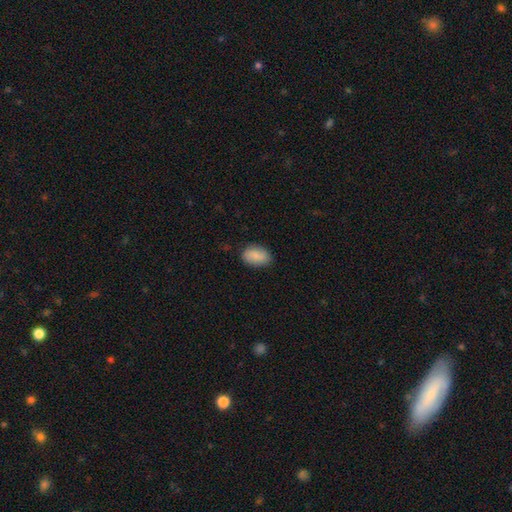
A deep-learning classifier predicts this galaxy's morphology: type=smooth (83%); roundness=in between (88%); merging=none (83%).